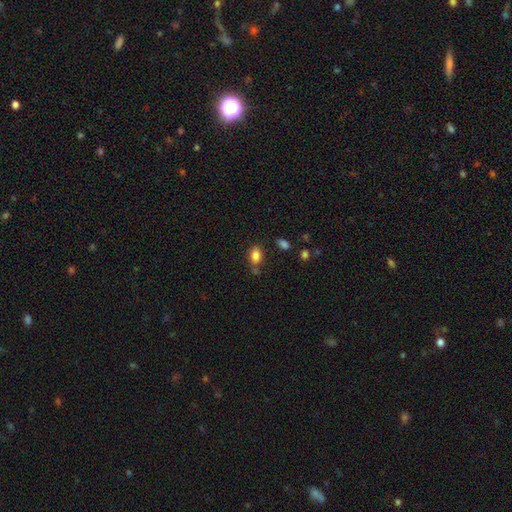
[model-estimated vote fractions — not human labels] This appears to be a smooth galaxy with no disk features (83%) that is in between round and cigar-shaped (84%). Merging: none (67%).